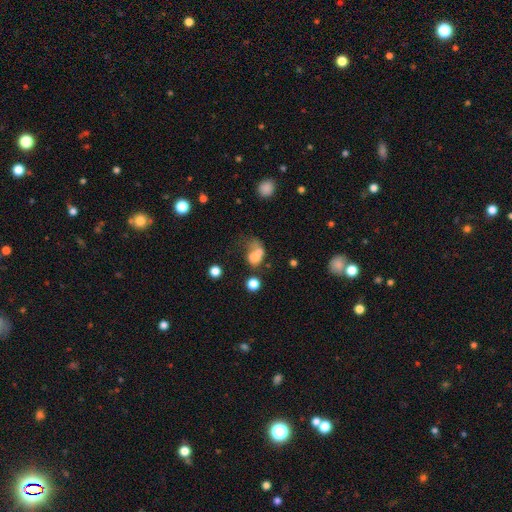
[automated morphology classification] This appears to be a smooth galaxy with no disk features (65%) that is in between round and cigar-shaped (62%). Merging: merger (49%).